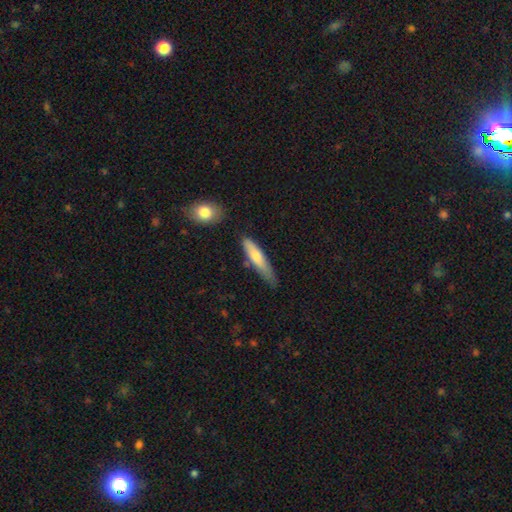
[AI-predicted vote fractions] The model was most divided on "smooth or featured": smooth: 62%, featured or disk: 31%, star or artifact: 7%. More confident: how rounded — cigar-shaped (83%); merging — none (64%).